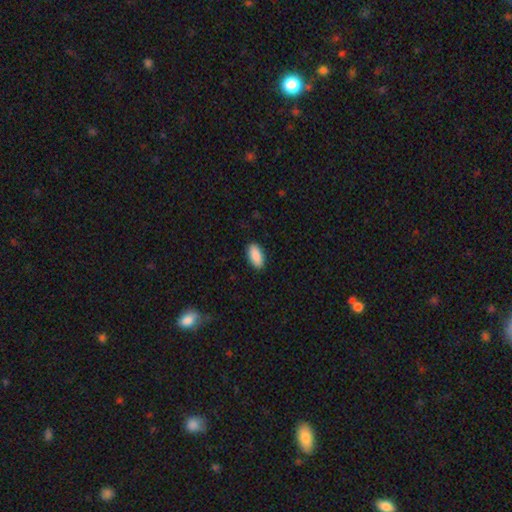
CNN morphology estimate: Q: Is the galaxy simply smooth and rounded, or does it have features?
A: smooth — 90%.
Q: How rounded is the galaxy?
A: in between — 92%.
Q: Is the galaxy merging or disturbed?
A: none — 90%.